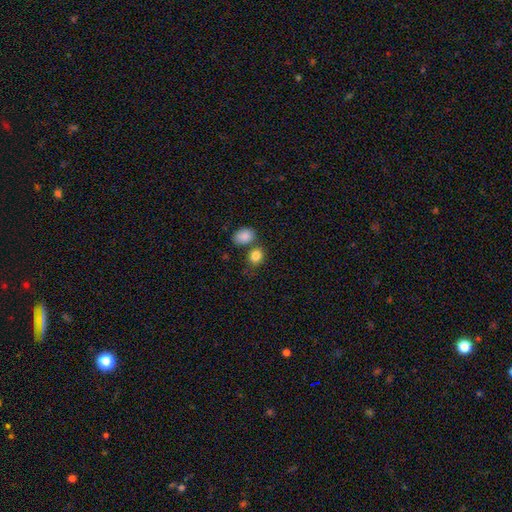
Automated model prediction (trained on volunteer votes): A smooth galaxy with no disk features (85%) that is round (54%). Merging: none (61%).